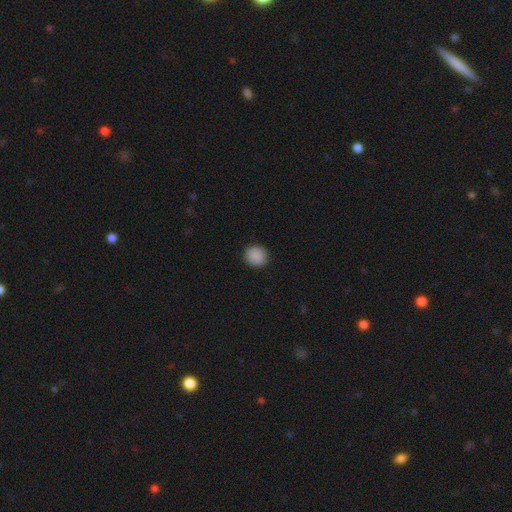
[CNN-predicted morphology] Smooth or featured? smooth (89%)
How rounded? round (88%)
Merging? none (91%)